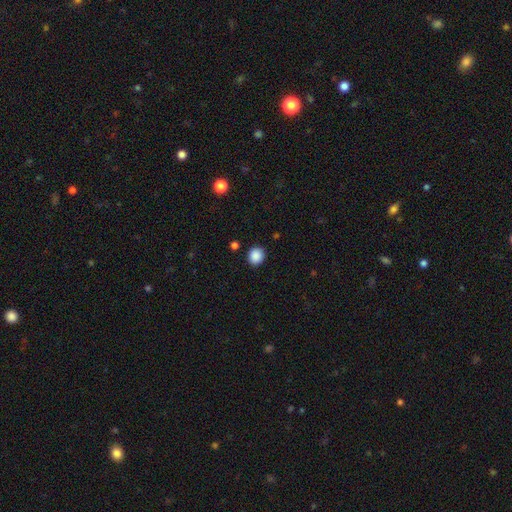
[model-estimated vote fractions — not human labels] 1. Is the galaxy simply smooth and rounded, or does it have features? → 88% smooth, 9% star or artifact, 3% featured or disk.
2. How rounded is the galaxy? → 82% round, 17% in between, 1% cigar-shaped.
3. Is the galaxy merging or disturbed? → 90% none, 7% minor disturbance, 2% major disturbance, 2% merger.